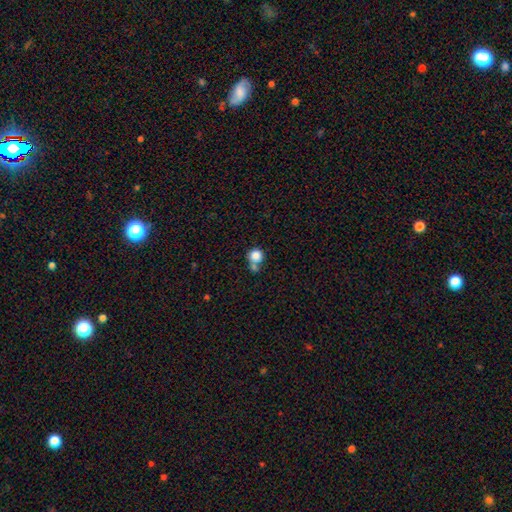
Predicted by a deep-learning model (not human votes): This appears to be a smooth galaxy with no disk features (82%) that is round (89%). Merging: none (42%, tied with merger).